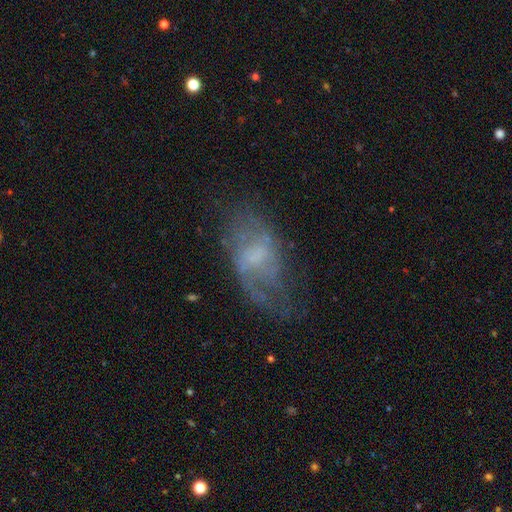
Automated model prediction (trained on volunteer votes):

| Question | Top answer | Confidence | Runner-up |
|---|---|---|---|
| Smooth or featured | featured or disk | 61% | smooth (29%) |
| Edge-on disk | no | 94% | yes (6%) |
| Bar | no | 53% | weak (40%) |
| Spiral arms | yes | 64% | no (36%) |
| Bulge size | small | 34% | none (33%) |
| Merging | none | 50% | minor disturbance (24%) |